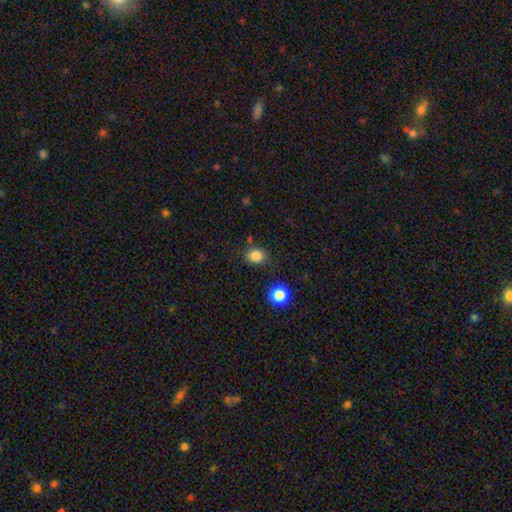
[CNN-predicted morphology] Smooth or featured? Predicted: smooth (p=0.84). How rounded? Predicted: round (p=0.55). Merging? Predicted: none (p=0.81).